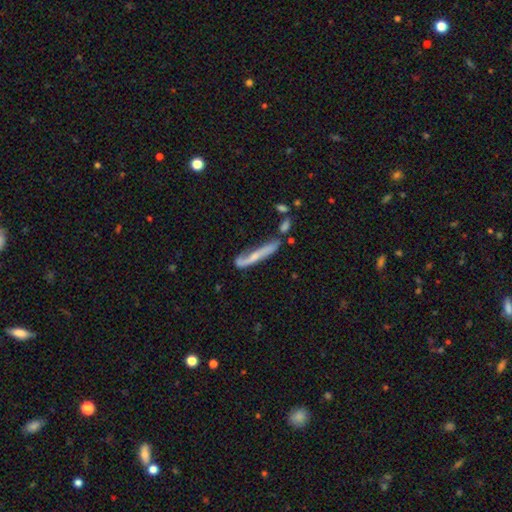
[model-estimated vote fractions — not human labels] Q: Smooth or featured?
A: featured or disk (54%); runner-up: smooth (39%)
Q: Edge-on disk?
A: yes (66%); runner-up: no (34%)
Q: Merging?
A: none (48%); runner-up: minor disturbance (25%)